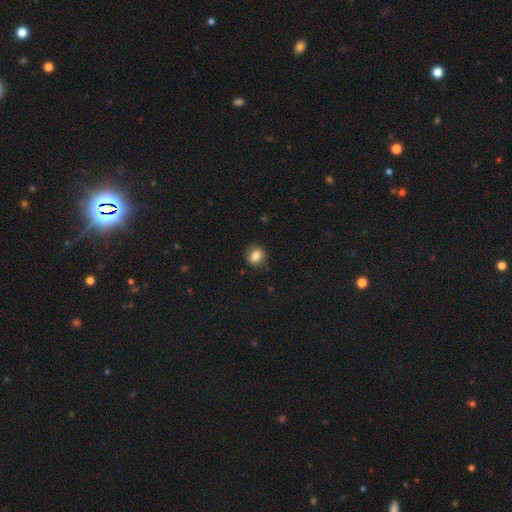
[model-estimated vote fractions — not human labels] This appears to be a smooth galaxy with no disk features (82%) that is round (66%). Merging: none (84%).